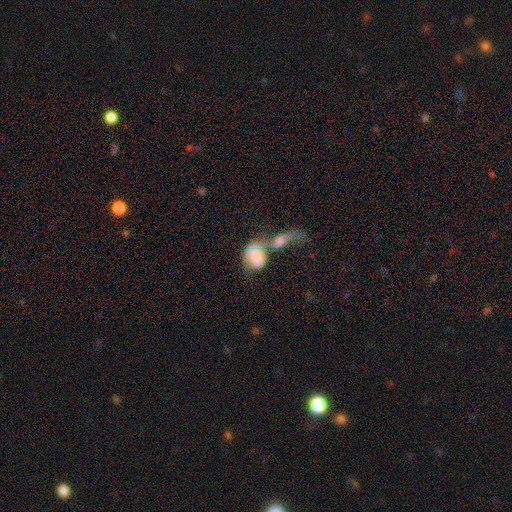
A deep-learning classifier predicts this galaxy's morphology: This appears to be a featured or disk galaxy (47%). Merging: merger (63%).